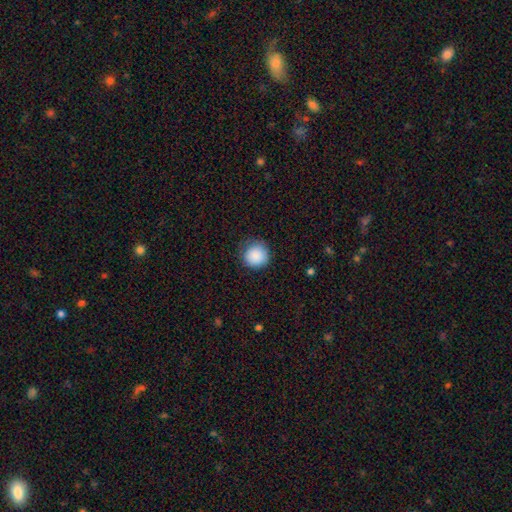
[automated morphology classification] smooth_or_featured: smooth (p=0.87) [alt: star or artifact p=0.08]
how_rounded: round (p=0.94) [alt: in between p=0.05]
merging: none (p=0.78) [alt: minor disturbance p=0.17]